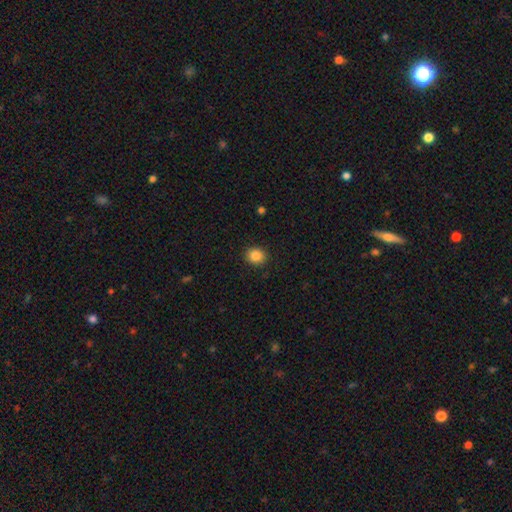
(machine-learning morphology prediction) Smooth or featured?
  - smooth: 86% *
  - star or artifact: 10%
  - featured or disk: 5%
How rounded?
  - round: 69% *
  - in between: 30%
  - cigar-shaped: 1%
Merging?
  - none: 91% *
  - minor disturbance: 7%
  - major disturbance: 2%
  - merger: 1%